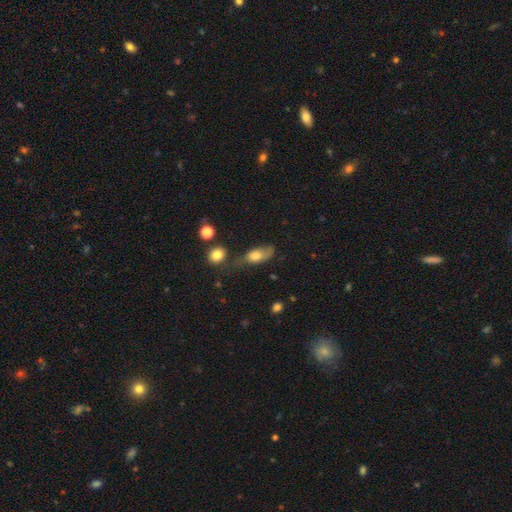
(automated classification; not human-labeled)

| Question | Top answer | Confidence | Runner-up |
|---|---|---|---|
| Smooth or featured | smooth | 69% | featured or disk (23%) |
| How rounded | in between | 81% | cigar-shaped (12%) |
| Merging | none | 40% | minor disturbance (31%) |